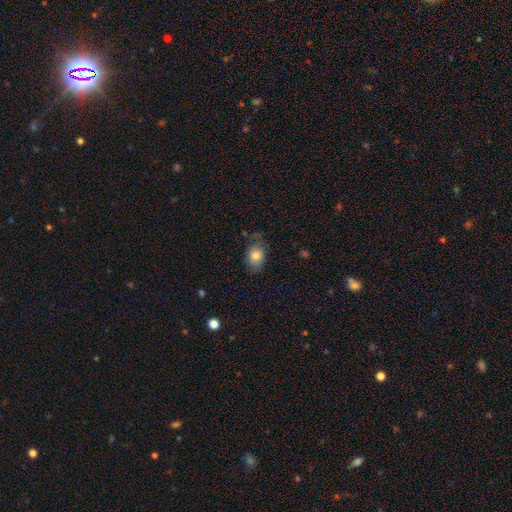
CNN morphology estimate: type=smooth (78%); roundness=in between (67%); merging=none (65%).